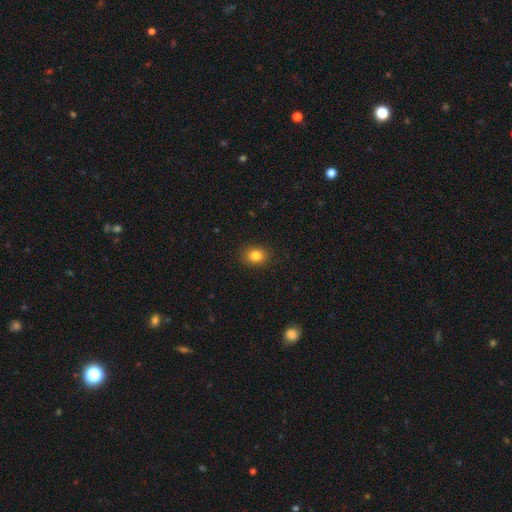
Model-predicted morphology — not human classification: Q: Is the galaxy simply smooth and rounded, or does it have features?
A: smooth — 83%.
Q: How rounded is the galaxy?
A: round — 52%.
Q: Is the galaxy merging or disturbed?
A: none — 89%.